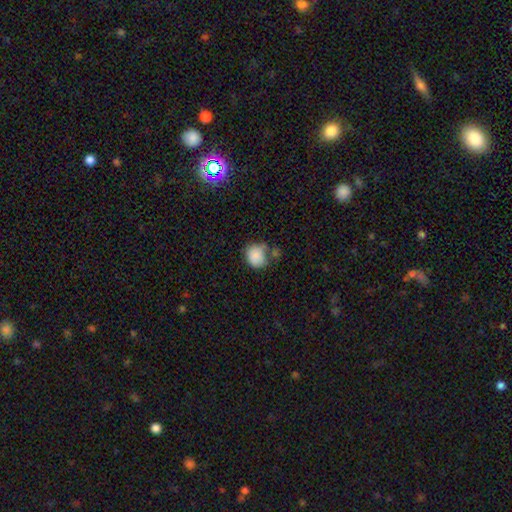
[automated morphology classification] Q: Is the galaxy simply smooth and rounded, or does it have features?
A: smooth — 85%.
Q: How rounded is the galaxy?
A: round — 69%.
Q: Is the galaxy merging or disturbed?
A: none — 49%.